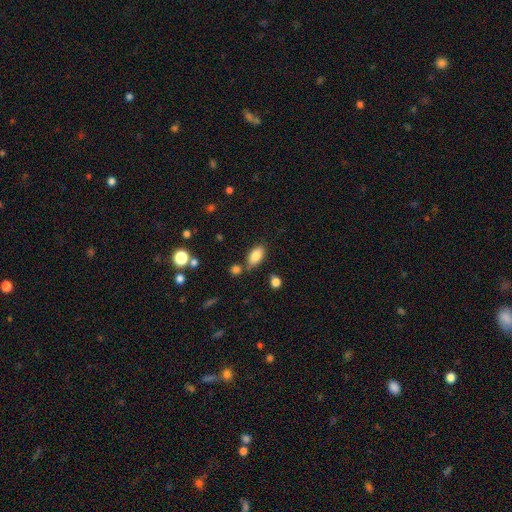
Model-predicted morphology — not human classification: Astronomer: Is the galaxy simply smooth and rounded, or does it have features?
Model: smooth — 84%.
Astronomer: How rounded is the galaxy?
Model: in between — 92%.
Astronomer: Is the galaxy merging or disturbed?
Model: none — 72%.